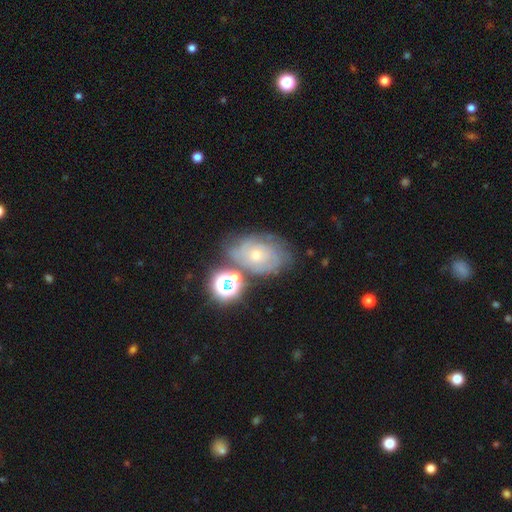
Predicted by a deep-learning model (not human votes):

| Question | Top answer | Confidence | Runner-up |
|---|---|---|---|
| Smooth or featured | featured or disk | 59% | smooth (22%) |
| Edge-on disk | no | 96% | yes (4%) |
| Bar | no | 81% | weak (15%) |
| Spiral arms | yes | 81% | no (19%) |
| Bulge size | small | 61% | moderate (33%) |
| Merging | none | 59% | minor disturbance (20%) |